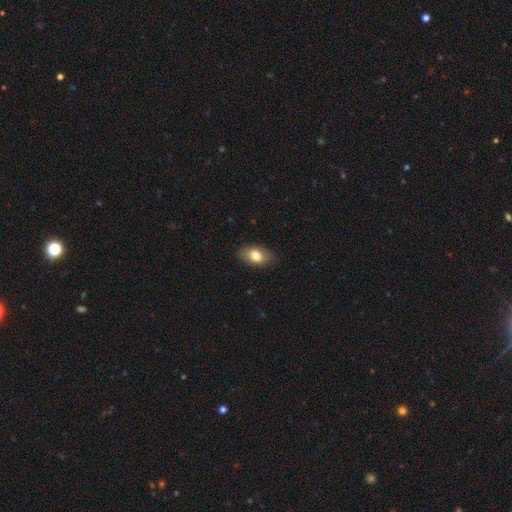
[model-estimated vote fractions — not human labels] Smooth or featured: smooth — 79% (featured or disk — 13%)
How rounded: in between — 89% (round — 10%)
Merging: none — 85% (minor disturbance — 11%)